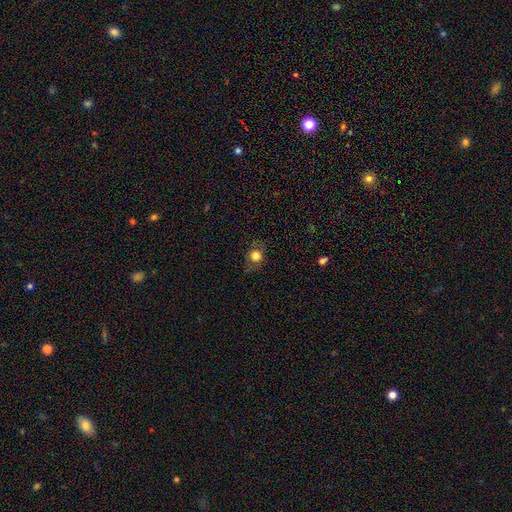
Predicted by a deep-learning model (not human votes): Q: Smooth or featured?
A: smooth (74%); runner-up: featured or disk (14%)
Q: How rounded?
A: round (73%); runner-up: in between (25%)
Q: Merging?
A: none (79%); runner-up: minor disturbance (14%)